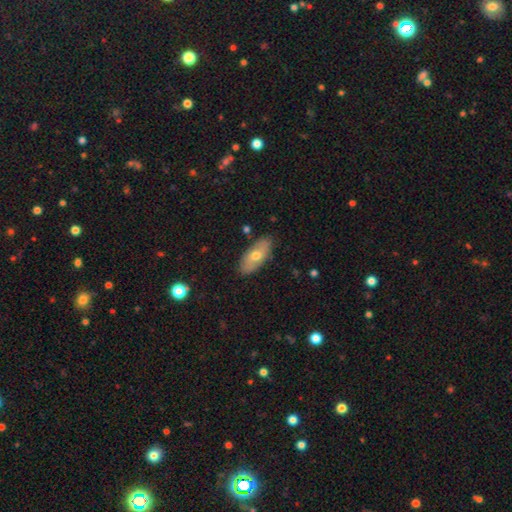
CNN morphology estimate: A smooth galaxy with no disk features (59%) that is in between round and cigar-shaped (88%). Merging: none (84%).